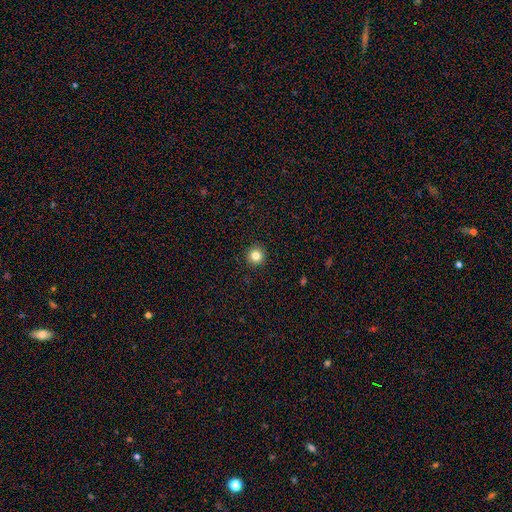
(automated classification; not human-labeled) Morphology: type=smooth (83%); roundness=round (96%); merging=none (94%).